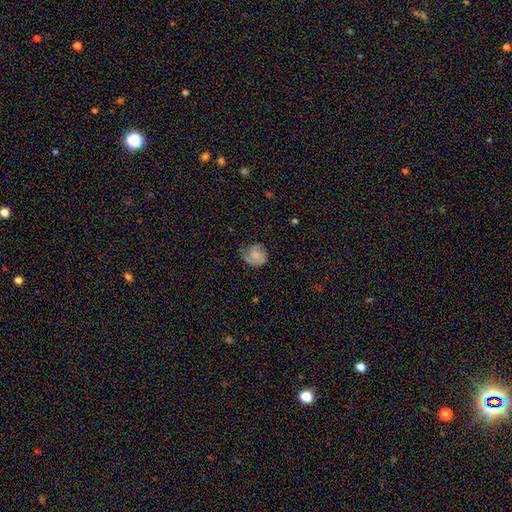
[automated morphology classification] Smooth or featured?
  - smooth: 62% *
  - featured or disk: 29%
  - star or artifact: 9%
How rounded?
  - round: 65% *
  - in between: 34%
  - cigar-shaped: 1%
Merging?
  - none: 50% *
  - minor disturbance: 32%
  - major disturbance: 16%
  - merger: 2%